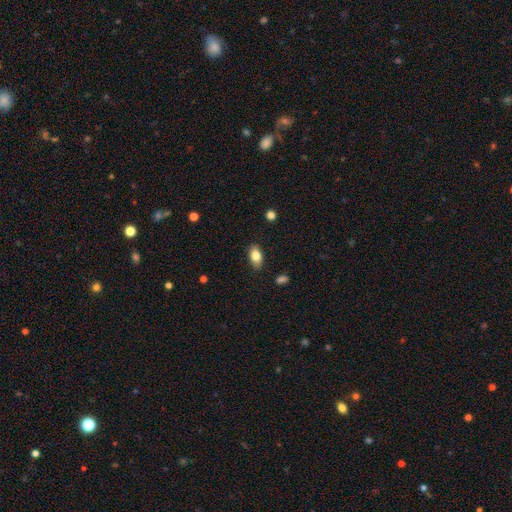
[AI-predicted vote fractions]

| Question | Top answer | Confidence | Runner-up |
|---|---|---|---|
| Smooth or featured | smooth | 80% | featured or disk (12%) |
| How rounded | in between | 89% | round (6%) |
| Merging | none | 84% | minor disturbance (12%) |